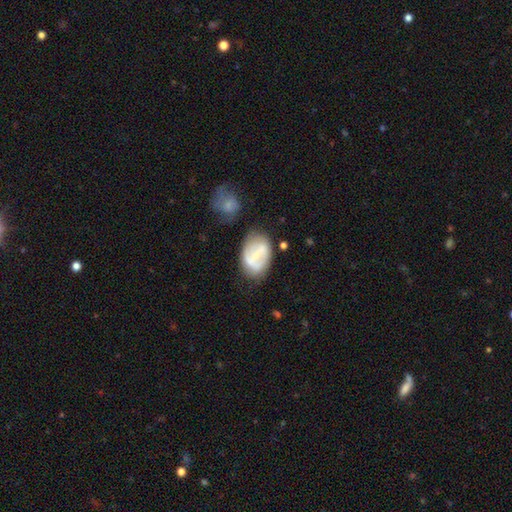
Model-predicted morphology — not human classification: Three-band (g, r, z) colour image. It shows a featured or disk galaxy (59%) with a weak bar (44%), spiral arms (54%) and a small central bulge (57%). Merging: none (61%).